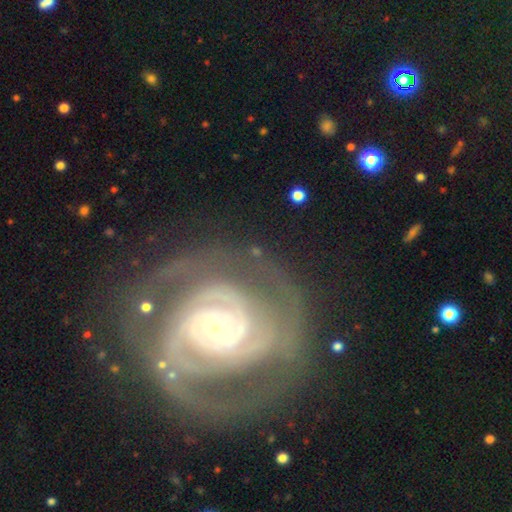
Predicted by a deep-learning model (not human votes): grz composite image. It shows a featured or disk galaxy (89%) with no bar (69%), 2 (40%) tight (72%) spiral arms (97%) and a small central bulge (78%). Merging: none (66%).